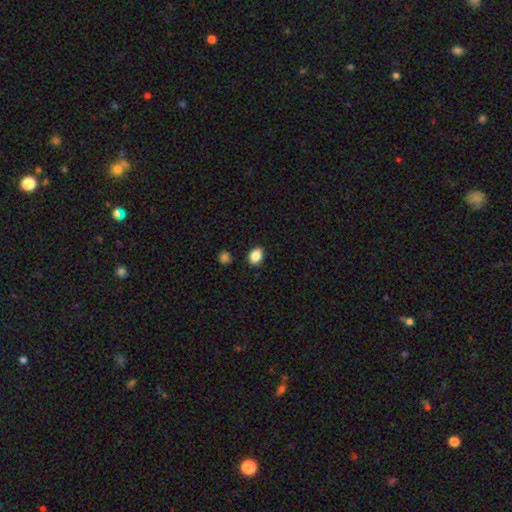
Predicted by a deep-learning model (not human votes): Q: Smooth or featured?
A: smooth (87%); runner-up: star or artifact (9%)
Q: How rounded?
A: in between (71%); runner-up: round (28%)
Q: Merging?
A: none (87%); runner-up: minor disturbance (9%)